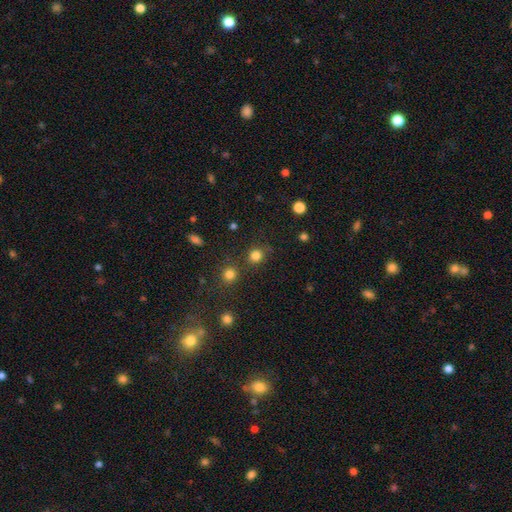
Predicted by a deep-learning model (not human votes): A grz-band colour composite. It shows a smooth galaxy with no disk features (81%) that is round (87%). Merging: none (78%).